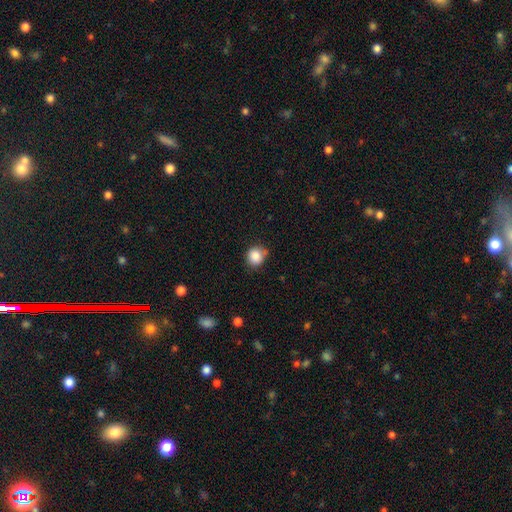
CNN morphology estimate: This appears to be a smooth galaxy with no disk features (85%) that is round (84%). Merging: none (69%).